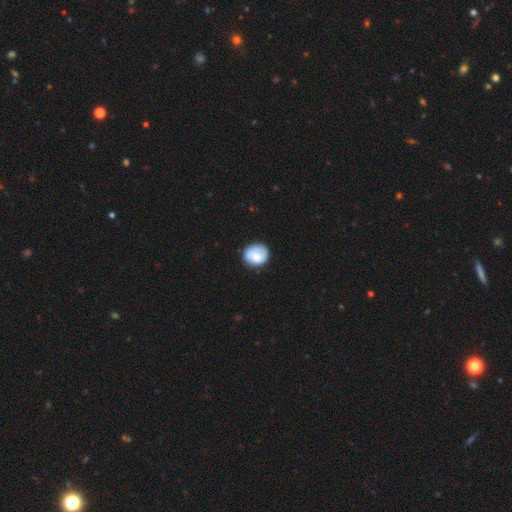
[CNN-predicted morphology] Smooth or featured?
  - smooth: 78% *
  - featured or disk: 15%
  - star or artifact: 7%
How rounded?
  - round: 71% *
  - in between: 28%
  - cigar-shaped: 1%
Merging?
  - none: 73% *
  - minor disturbance: 20%
  - major disturbance: 5%
  - merger: 2%